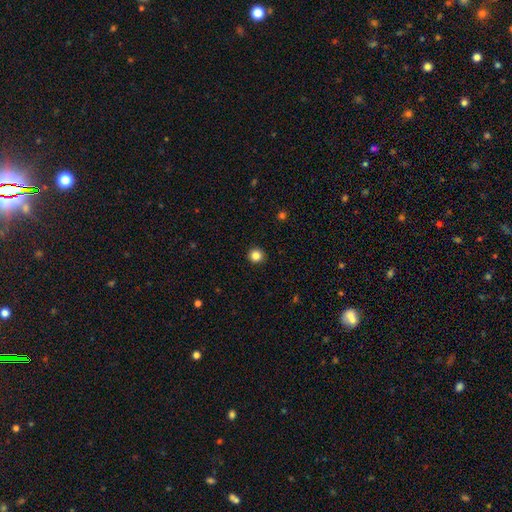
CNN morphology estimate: This appears to be a smooth galaxy with no disk features (85%) that is round (95%). Merging: none (93%).